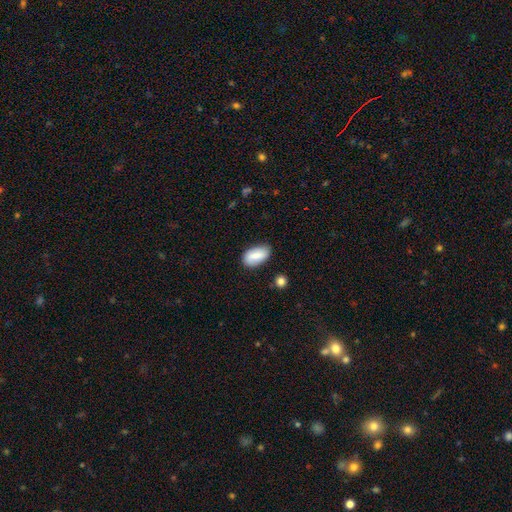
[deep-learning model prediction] A smooth galaxy with no disk features (78%) that is in between round and cigar-shaped (93%). Merging: none (77%).